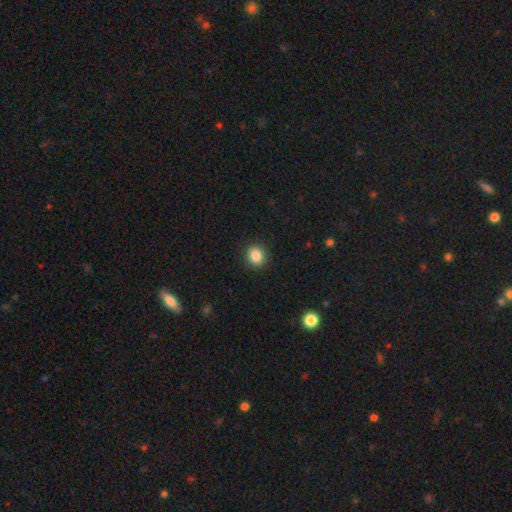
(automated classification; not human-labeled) Morphology: type=smooth (86%); roundness=round (77%); merging=none (91%).